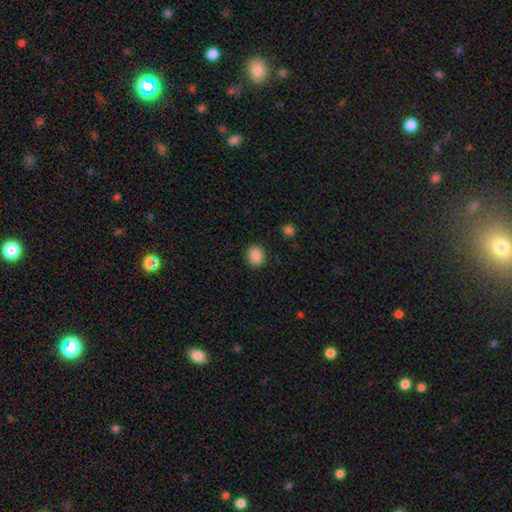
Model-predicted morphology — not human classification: type=smooth (88%); roundness=round (78%); merging=none (91%).